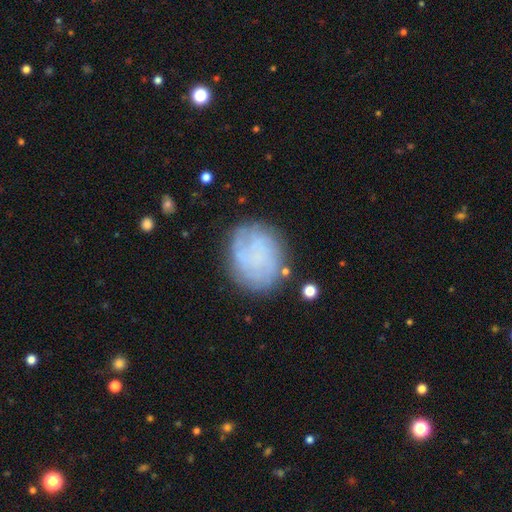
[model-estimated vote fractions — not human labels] featured or disk 46%, smooth 43%, star or artifact 11%. Down the decision tree: merging — none (73%).